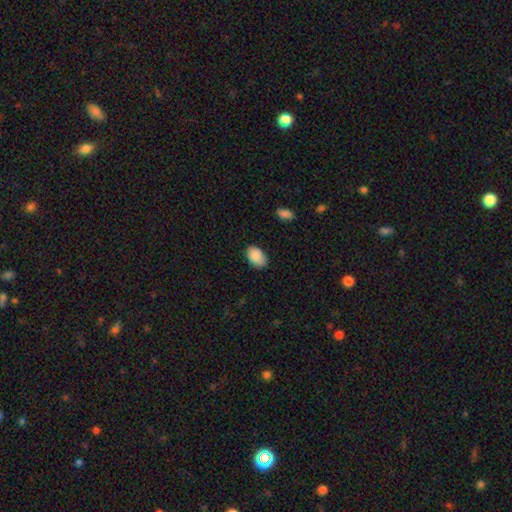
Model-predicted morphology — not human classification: This is clearly a smooth galaxy (89%). How rounded: clearly in between (88%). Merging: likely none (79%).